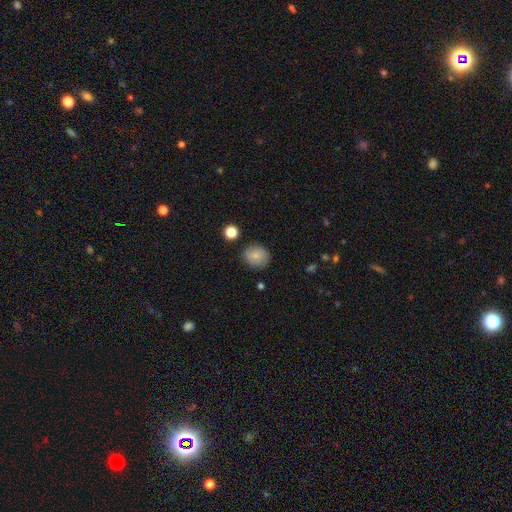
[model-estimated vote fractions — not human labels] The model was most divided on "smooth or featured": smooth: 76%, featured or disk: 15%, star or artifact: 9%. More confident: merging — none (84%); how rounded — round (81%).